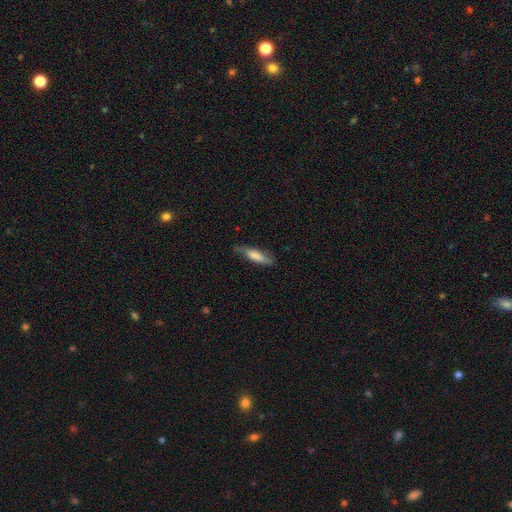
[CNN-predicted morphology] Q: Smooth or featured?
A: smooth (66%); runner-up: featured or disk (27%)
Q: How rounded?
A: cigar-shaped (62%); runner-up: in between (36%)
Q: Merging?
A: none (70%); runner-up: minor disturbance (24%)